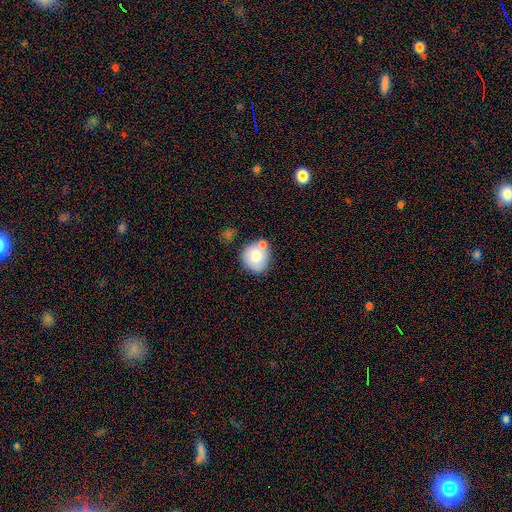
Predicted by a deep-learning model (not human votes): Smooth or featured?
  - smooth: 75% *
  - featured or disk: 17%
  - star or artifact: 8%
How rounded?
  - round: 79% *
  - in between: 20%
  - cigar-shaped: 1%
Merging?
  - none: 59% *
  - merger: 20%
  - minor disturbance: 16%
  - major disturbance: 4%